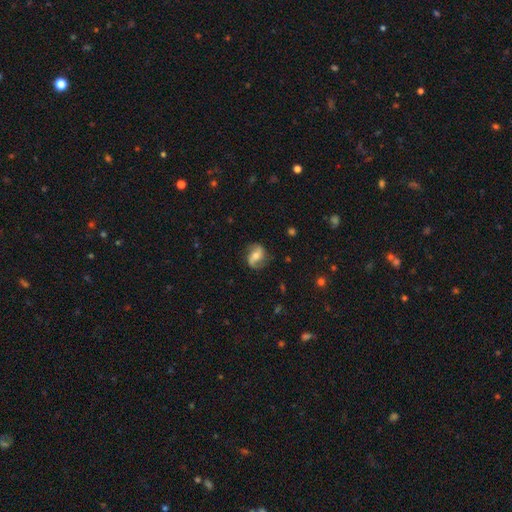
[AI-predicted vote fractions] Q: Smooth or featured?
A: featured or disk (70%); runner-up: smooth (23%)
Q: Edge-on disk?
A: no (96%); runner-up: yes (4%)
Q: Bar?
A: no (42%); runner-up: weak (35%)
Q: Spiral arms?
A: yes (91%); runner-up: no (9%)
Q: Spiral winding?
A: loose (54%); runner-up: medium (33%)
Q: Spiral arm count?
A: 2 (90%); runner-up: can't tell (4%)
Q: Bulge size?
A: moderate (57%); runner-up: small (32%)
Q: Merging?
A: none (77%); runner-up: minor disturbance (15%)